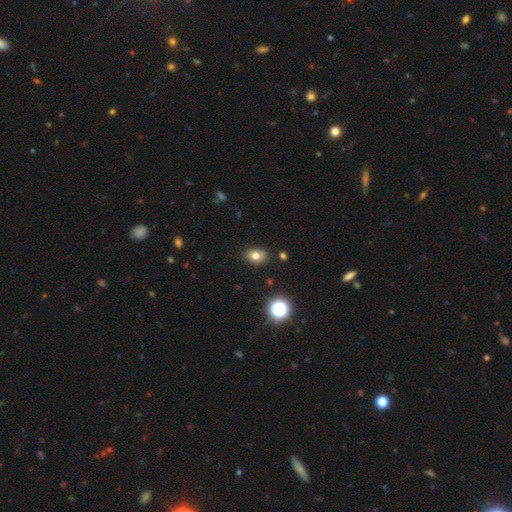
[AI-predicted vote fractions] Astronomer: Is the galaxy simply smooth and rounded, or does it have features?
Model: smooth — 77%.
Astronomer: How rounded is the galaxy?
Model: in between — 71%.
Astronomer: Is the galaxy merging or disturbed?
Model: none — 85%.